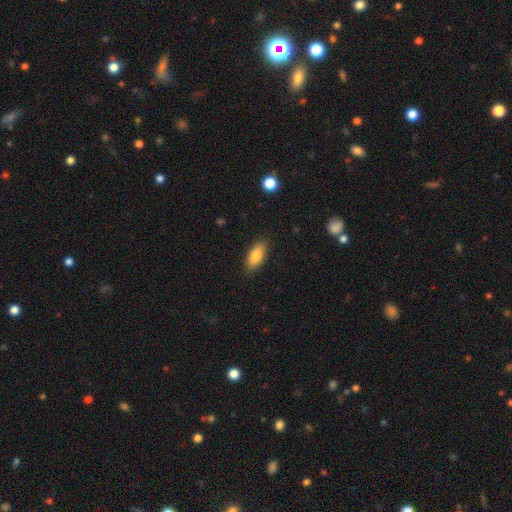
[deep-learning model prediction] This appears to be a smooth galaxy with no disk features (81%) that is in between round and cigar-shaped (85%). Merging: none (87%).